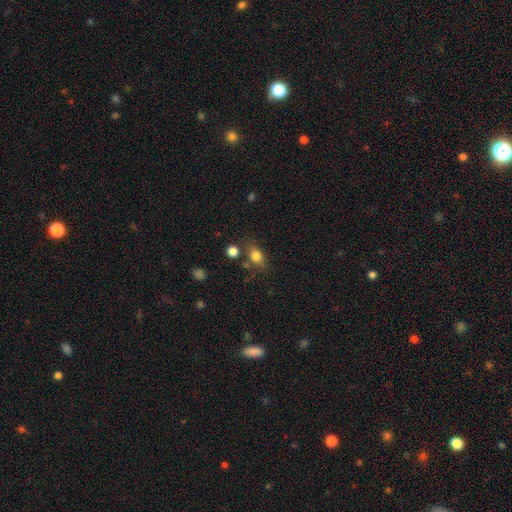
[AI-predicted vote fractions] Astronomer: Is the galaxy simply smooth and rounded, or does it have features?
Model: smooth — 80%.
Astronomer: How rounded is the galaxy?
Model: in between — 64%.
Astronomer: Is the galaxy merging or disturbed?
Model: none — 67%.